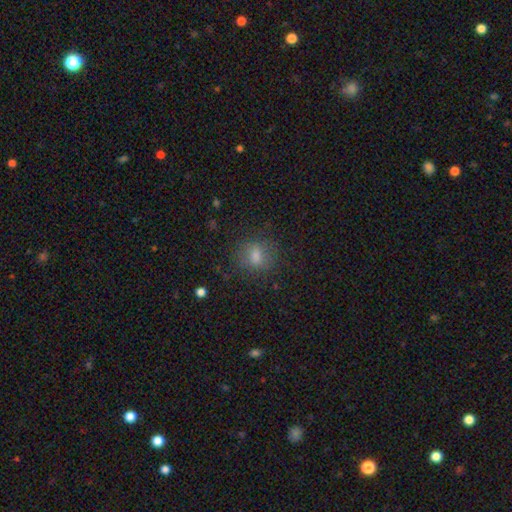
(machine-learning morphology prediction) Smooth or featured?
  - smooth: 75% *
  - star or artifact: 14%
  - featured or disk: 11%
How rounded?
  - round: 59% *
  - in between: 39%
  - cigar-shaped: 2%
Merging?
  - none: 82% *
  - minor disturbance: 12%
  - major disturbance: 5%
  - merger: 2%